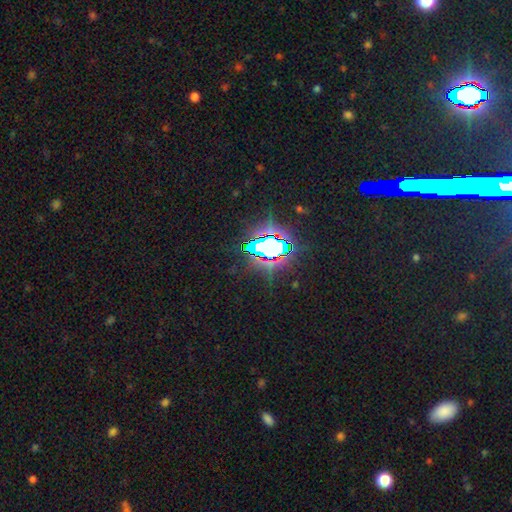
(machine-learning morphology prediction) smooth_or_featured: star or artifact (p=0.79) [alt: smooth p=0.11]